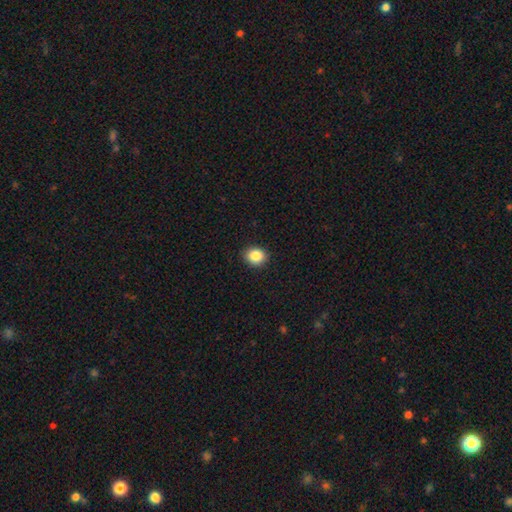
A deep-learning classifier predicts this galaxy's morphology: smooth_or_featured: smooth (p=0.86) [alt: star or artifact p=0.09]
how_rounded: round (p=0.74) [alt: in between p=0.25]
merging: none (p=0.90) [alt: minor disturbance p=0.07]